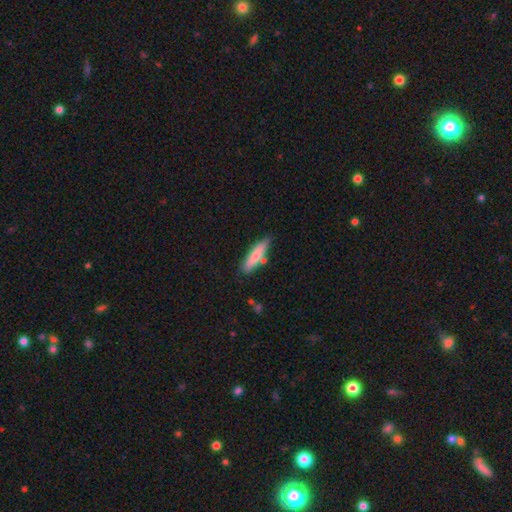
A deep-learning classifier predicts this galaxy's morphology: A smooth galaxy with no disk features (75%) that is cigar-shaped (75%).

Vote fractions:
- Smooth or featured? smooth: 75% / featured or disk: 19% / star or artifact: 6%
- How rounded? cigar-shaped: 75% / in between: 23% / round: 2%
- Merging? none: 75% / minor disturbance: 15% / merger: 7% / major disturbance: 3%